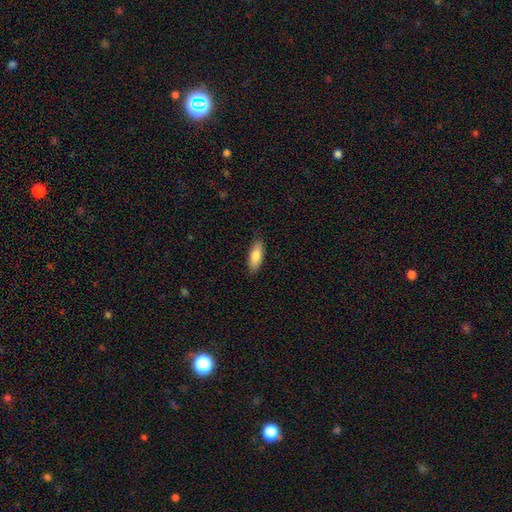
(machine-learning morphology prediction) type=smooth (82%); roundness=in between (70%); merging=none (88%).